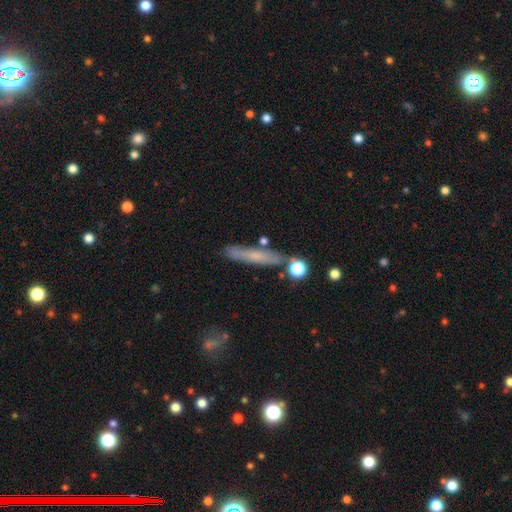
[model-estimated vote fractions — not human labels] smooth 54%, featured or disk 36%, star or artifact 10%. Down the decision tree: how rounded — cigar-shaped (89%); merging — none (76%).